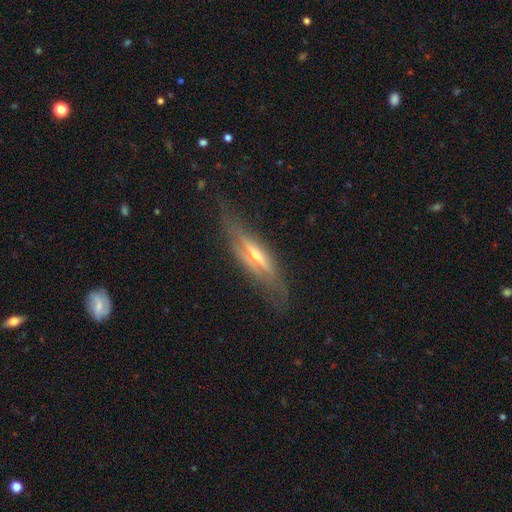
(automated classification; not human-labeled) This is likely a featured or disk galaxy (71%). It is clearly viewed edge-on (90%). Edge-on bulge: likely rounded (77%). Merging: likely none (74%).